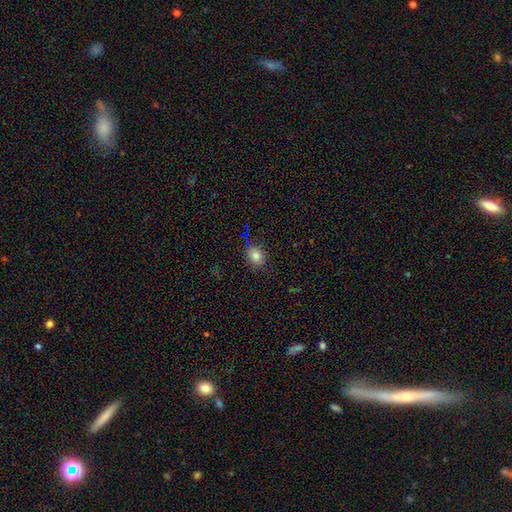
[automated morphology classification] Smooth or featured?
  - smooth: 80% *
  - star or artifact: 13%
  - featured or disk: 7%
How rounded?
  - round: 54% *
  - in between: 45%
  - cigar-shaped: 1%
Merging?
  - none: 83% *
  - minor disturbance: 12%
  - major disturbance: 3%
  - merger: 2%